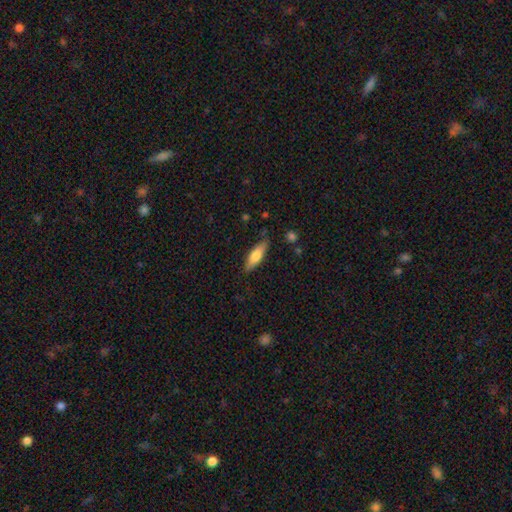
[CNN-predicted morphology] Smooth or featured: smooth — 69% (featured or disk — 25%)
How rounded: in between — 51% (cigar-shaped — 47%)
Merging: none — 83% (minor disturbance — 13%)